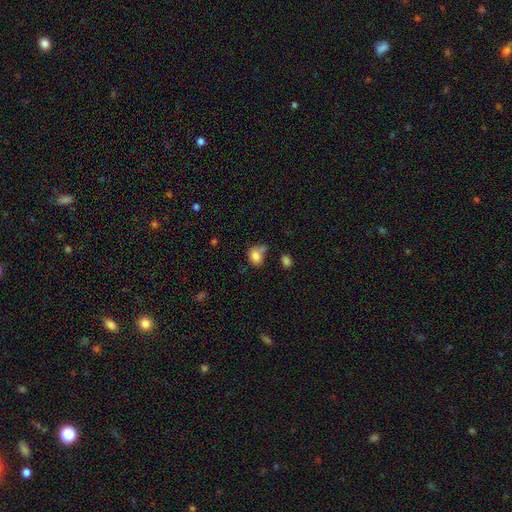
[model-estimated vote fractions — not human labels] This appears to be a smooth galaxy with no disk features (81%) that is in between round and cigar-shaped (53%). Merging: none (40%).